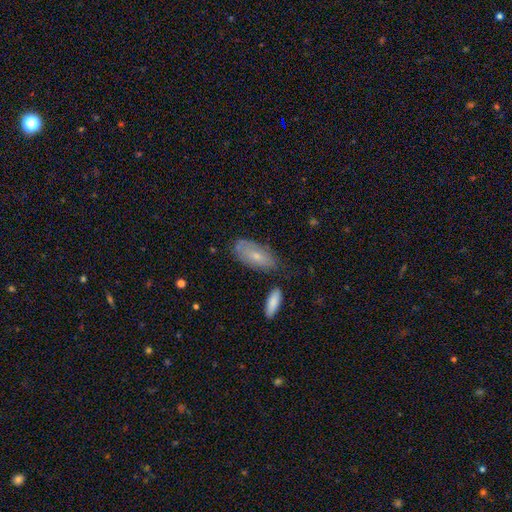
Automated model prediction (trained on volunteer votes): Smooth or featured: smooth — 65% (featured or disk — 28%)
How rounded: in between — 87% (cigar-shaped — 10%)
Merging: none — 63% (minor disturbance — 25%)